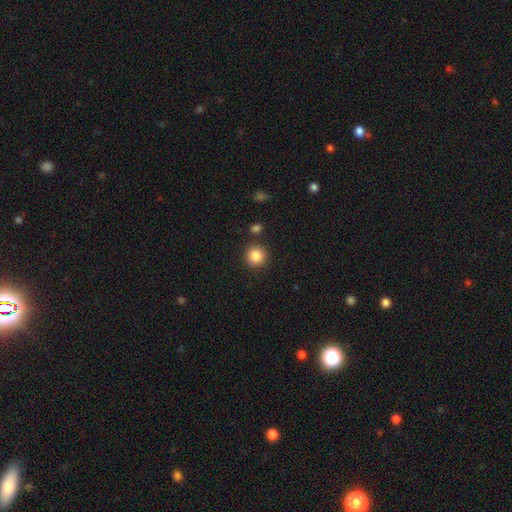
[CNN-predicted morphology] This is clearly a smooth galaxy (85%). How rounded: clearly round (93%). Merging: clearly none (85%).